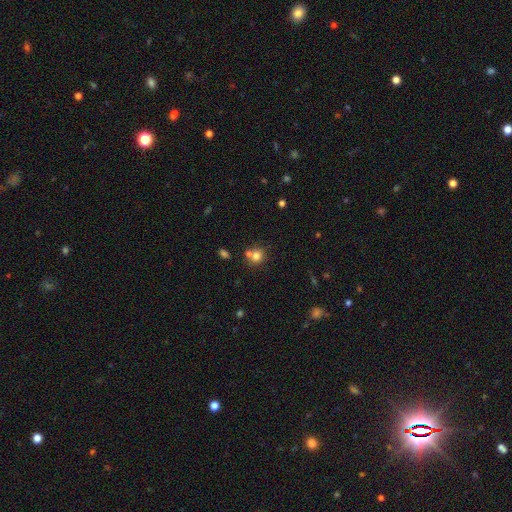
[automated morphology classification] Smooth or featured? smooth (76%)
How rounded? round (81%)
Merging? none (55%)